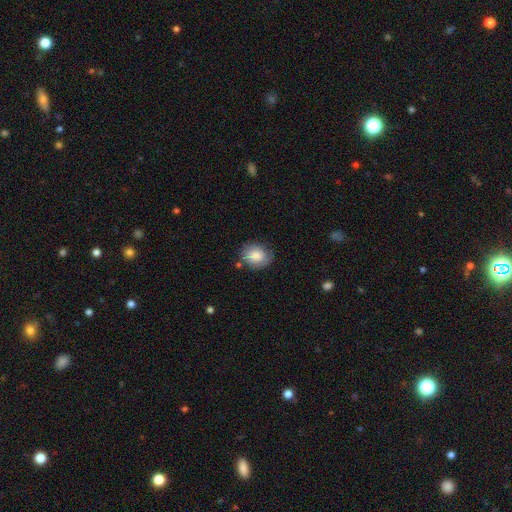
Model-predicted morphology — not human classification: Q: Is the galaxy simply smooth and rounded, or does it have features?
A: smooth — 81%.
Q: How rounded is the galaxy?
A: round — 52%.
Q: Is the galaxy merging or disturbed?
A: none — 72%.